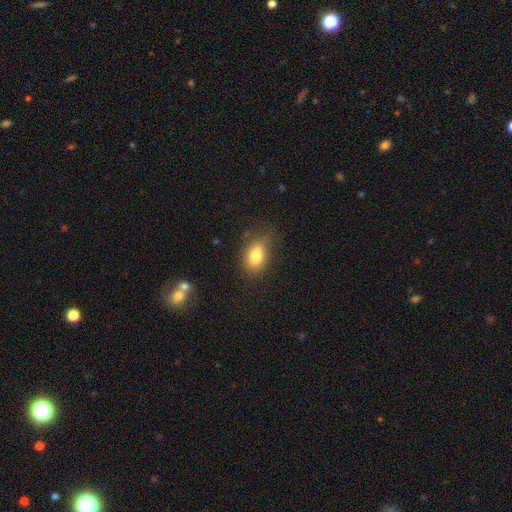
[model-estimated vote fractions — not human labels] Morphology: type=smooth (77%); roundness=in between (79%); merging=none (55%).